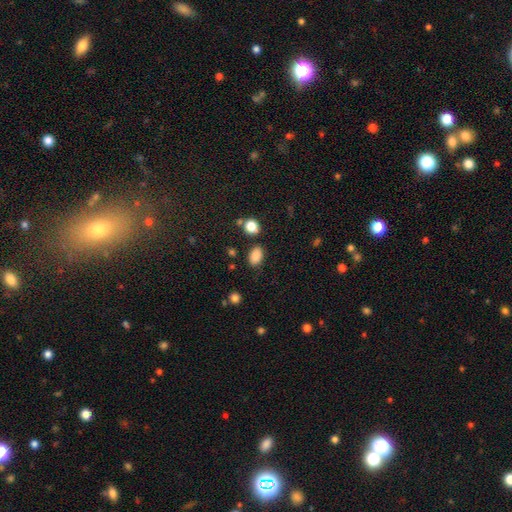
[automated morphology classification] A smooth galaxy with no disk features (85%) that is in between round and cigar-shaped (85%). Merging: none (81%).